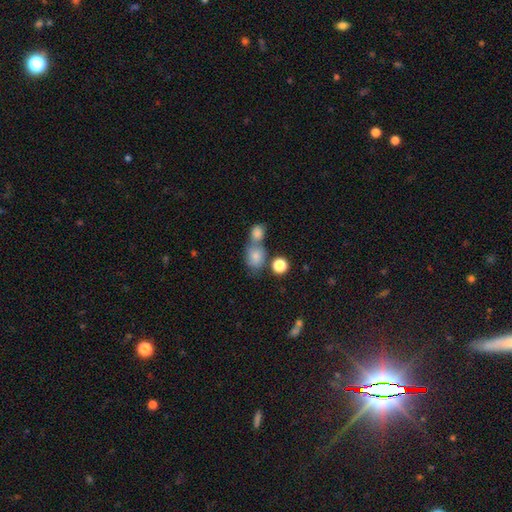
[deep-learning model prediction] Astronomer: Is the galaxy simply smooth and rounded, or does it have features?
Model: smooth — 78%.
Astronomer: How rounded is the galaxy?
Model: in between — 50% (runner-up: round, 48%).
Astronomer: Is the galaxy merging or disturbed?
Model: merger — 50% (runner-up: none, 35%).